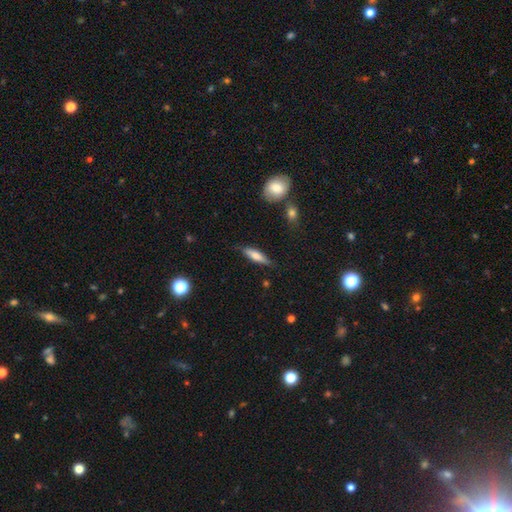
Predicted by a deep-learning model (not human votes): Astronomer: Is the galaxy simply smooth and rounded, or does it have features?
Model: smooth — 63%.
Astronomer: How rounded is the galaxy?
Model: cigar-shaped — 66%.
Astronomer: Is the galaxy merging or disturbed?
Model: none — 78%.